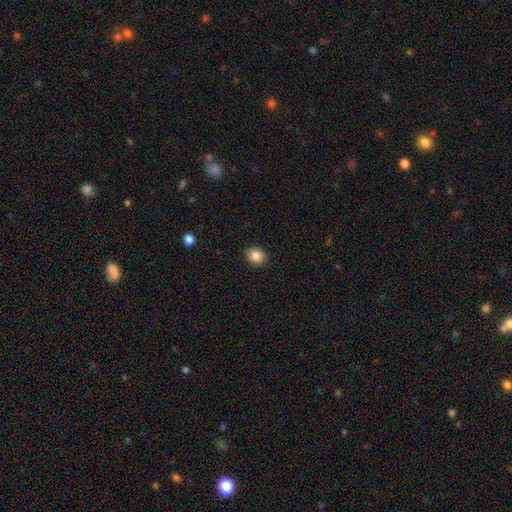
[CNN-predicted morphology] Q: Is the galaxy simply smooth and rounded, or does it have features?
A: smooth — 85%.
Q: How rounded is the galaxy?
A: round — 61%.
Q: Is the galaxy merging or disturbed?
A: none — 90%.